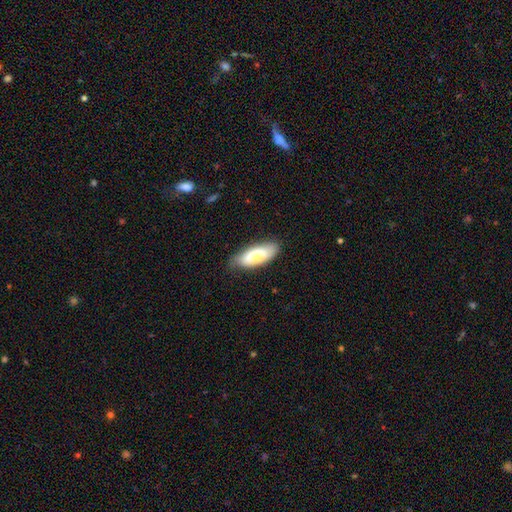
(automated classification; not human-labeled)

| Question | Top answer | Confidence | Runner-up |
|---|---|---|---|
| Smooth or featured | smooth | 76% | featured or disk (18%) |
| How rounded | in between | 76% | cigar-shaped (22%) |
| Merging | none | 77% | minor disturbance (18%) |